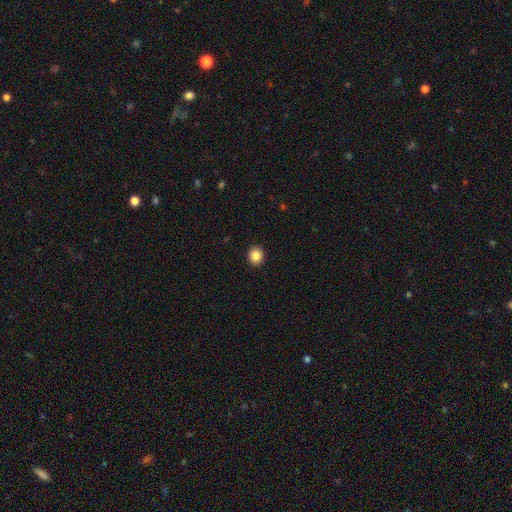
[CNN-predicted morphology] This appears to be a smooth galaxy with no disk features (86%) that is round (77%). Merging: none (93%).